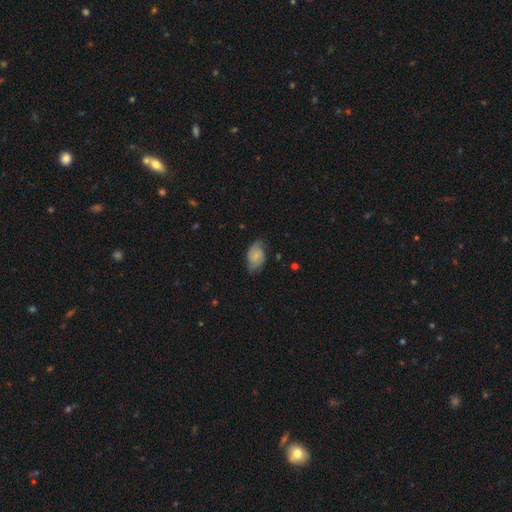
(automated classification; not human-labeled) This is likely a smooth galaxy (62%). How rounded: clearly in between (87%). Merging: possibly none (60%).